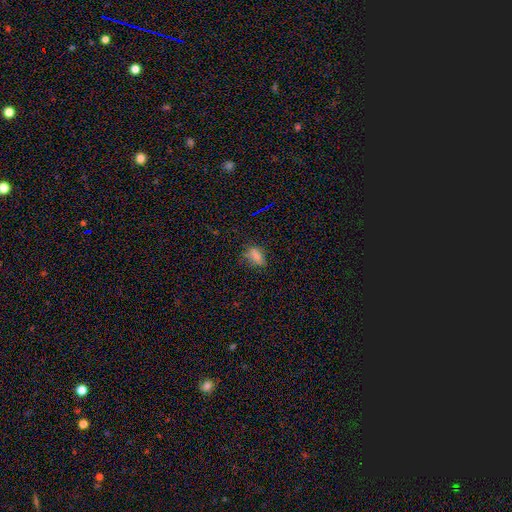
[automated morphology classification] smooth_or_featured: smooth (p=0.72) [alt: star or artifact p=0.20]
how_rounded: in between (p=0.78) [alt: cigar-shaped p=0.12]
merging: none (p=0.61) [alt: minor disturbance p=0.25]